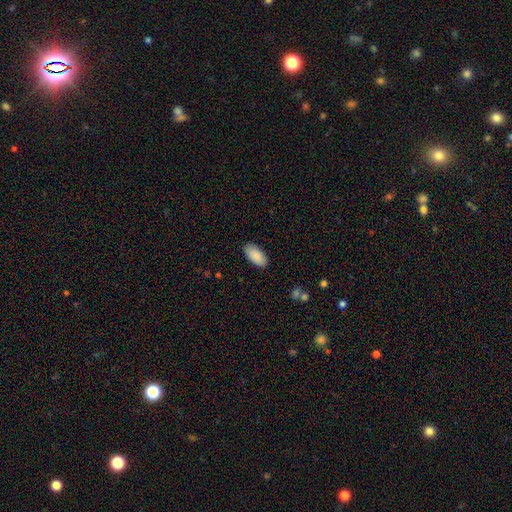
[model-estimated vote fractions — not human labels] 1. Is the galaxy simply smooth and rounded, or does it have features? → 89% smooth, 6% star or artifact, 5% featured or disk.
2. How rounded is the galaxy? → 93% in between, 5% cigar-shaped, 2% round.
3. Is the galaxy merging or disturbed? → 88% none, 9% minor disturbance, 2% major disturbance, 1% merger.